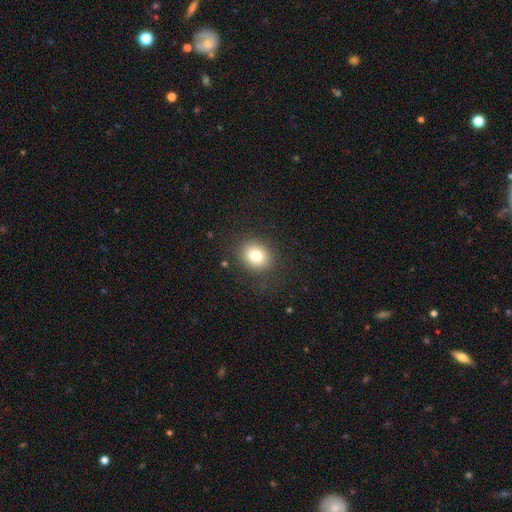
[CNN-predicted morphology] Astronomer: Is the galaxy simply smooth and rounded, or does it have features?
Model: smooth — 78%.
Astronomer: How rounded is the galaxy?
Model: round — 67%.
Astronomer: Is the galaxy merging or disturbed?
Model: none — 86%.